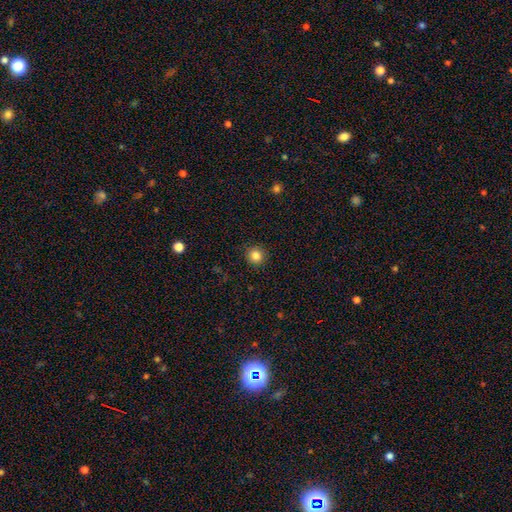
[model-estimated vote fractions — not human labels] smooth-or-featured: smooth: 85% | star or artifact: 11% | featured or disk: 4%
  how-rounded: round: 91% | in between: 8% | cigar-shaped: 1%
  merging: none: 91% | minor disturbance: 6% | major disturbance: 2% | merger: 1%